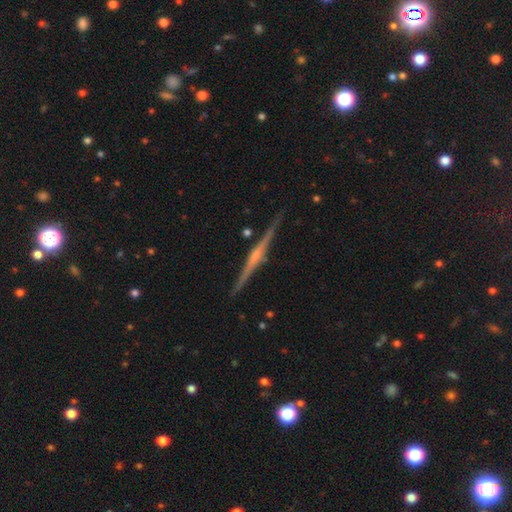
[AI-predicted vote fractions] This is clearly a featured or disk galaxy (85%). It is clearly viewed edge-on (98%). Edge-on bulge: likely rounded (71%). Merging: clearly none (90%).